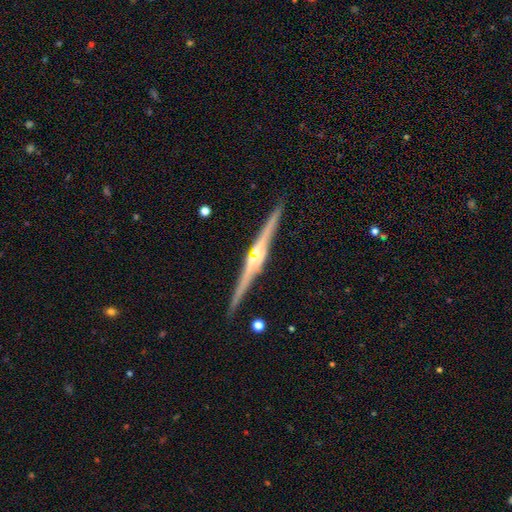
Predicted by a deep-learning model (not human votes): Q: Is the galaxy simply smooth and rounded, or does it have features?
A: featured or disk — 86%.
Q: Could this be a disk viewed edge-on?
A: yes — 99%.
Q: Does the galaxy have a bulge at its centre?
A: rounded — 77%.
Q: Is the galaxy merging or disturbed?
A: none — 92%.